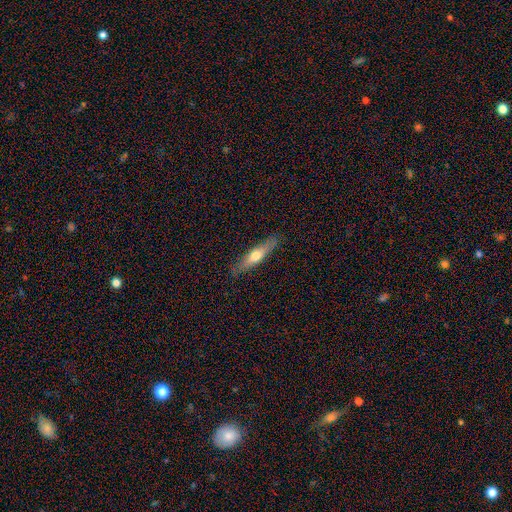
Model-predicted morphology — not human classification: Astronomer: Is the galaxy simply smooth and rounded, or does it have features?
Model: smooth — 53% (runner-up: featured or disk, 41%).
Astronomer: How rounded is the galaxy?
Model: cigar-shaped — 79%.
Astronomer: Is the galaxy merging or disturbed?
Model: none — 86%.